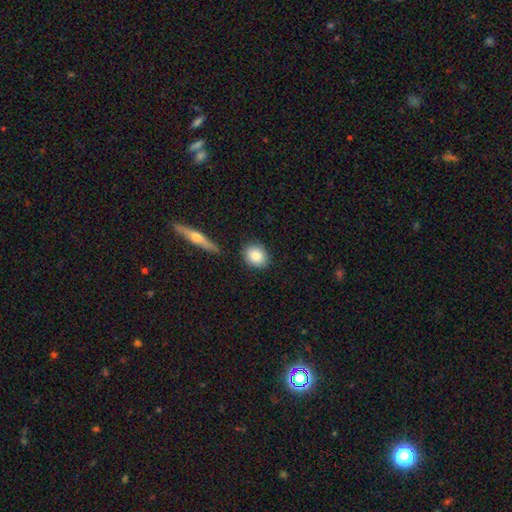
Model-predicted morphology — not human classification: Smooth or featured?
  - smooth: 85% *
  - featured or disk: 8%
  - star or artifact: 7%
How rounded?
  - round: 64% *
  - in between: 34%
  - cigar-shaped: 2%
Merging?
  - none: 83% *
  - minor disturbance: 10%
  - merger: 4%
  - major disturbance: 3%